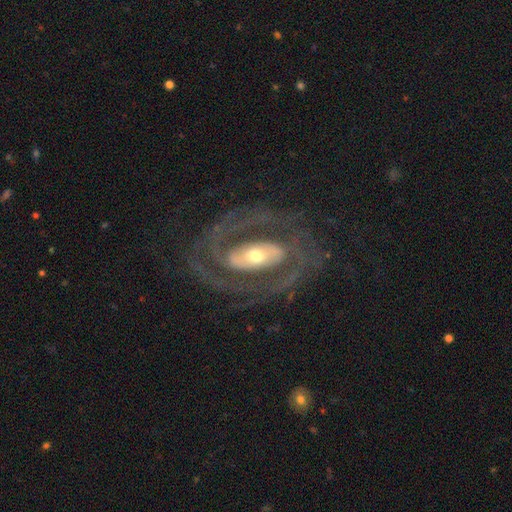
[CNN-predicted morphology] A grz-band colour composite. It shows a featured or disk galaxy (89%) with a strong bar (42%), 2 (73%) tight (47%) spiral arms (93%) and a moderate central bulge (57%). Merging: none (75%).